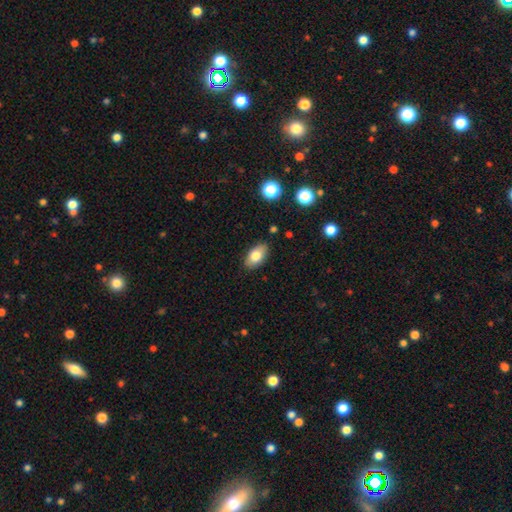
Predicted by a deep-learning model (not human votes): smooth 79%, featured or disk 13%, star or artifact 8%. Down the decision tree: how rounded — in between (92%); merging — none (85%).